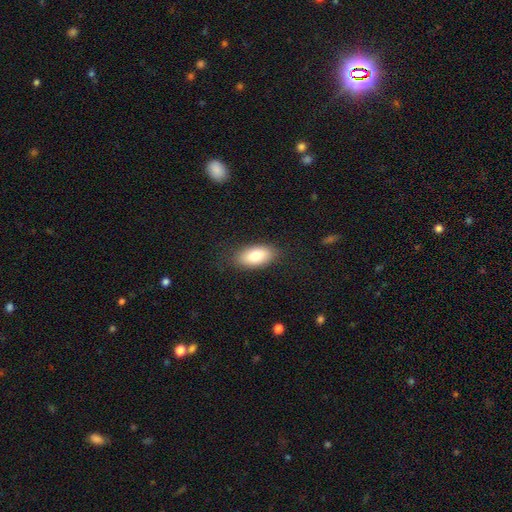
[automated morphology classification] The model was most divided on "smooth or featured": smooth: 80%, featured or disk: 13%, star or artifact: 7%. More confident: how rounded — in between (92%); merging — none (83%).